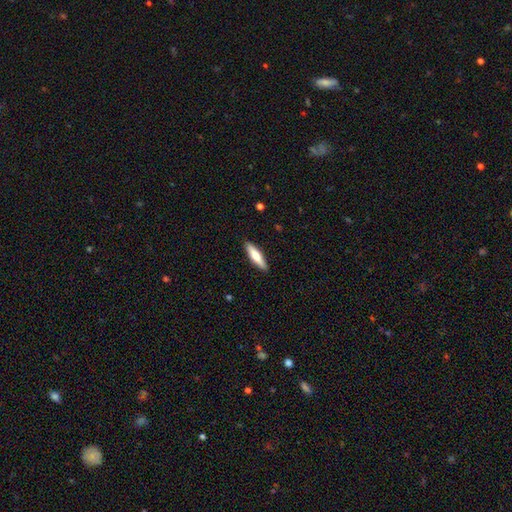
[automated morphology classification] type=smooth (66%); roundness=cigar-shaped (74%); merging=none (90%).